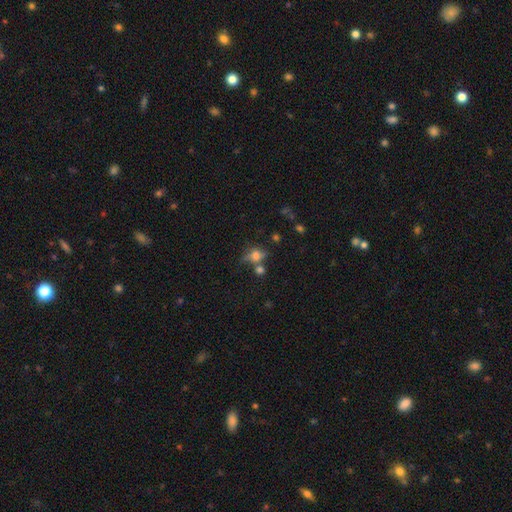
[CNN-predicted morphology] Q: Smooth or featured?
A: smooth (62%); runner-up: featured or disk (22%)
Q: How rounded?
A: in between (48%); runner-up: round (47%)
Q: Merging?
A: none (47%); runner-up: merger (23%)